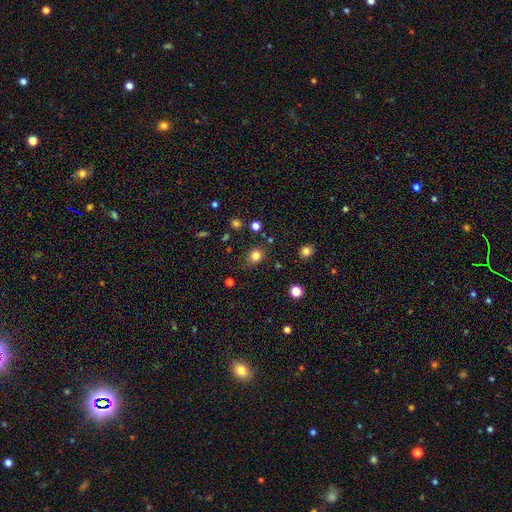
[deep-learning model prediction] Morphology: type=smooth (82%); roundness=round (74%); merging=none (81%).